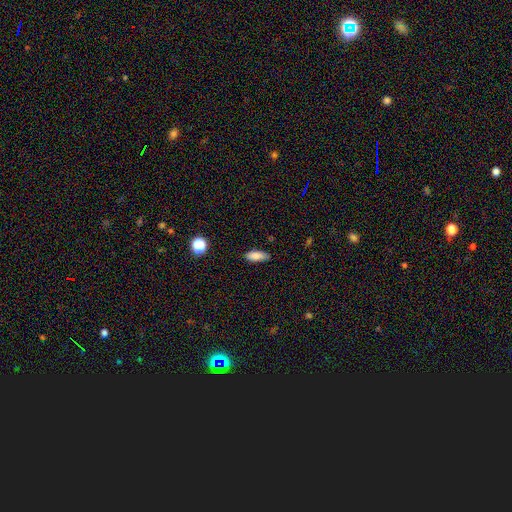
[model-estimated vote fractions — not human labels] smooth 84%, star or artifact 9%, featured or disk 7%. Down the decision tree: how rounded — in between (73%); merging — none (81%).